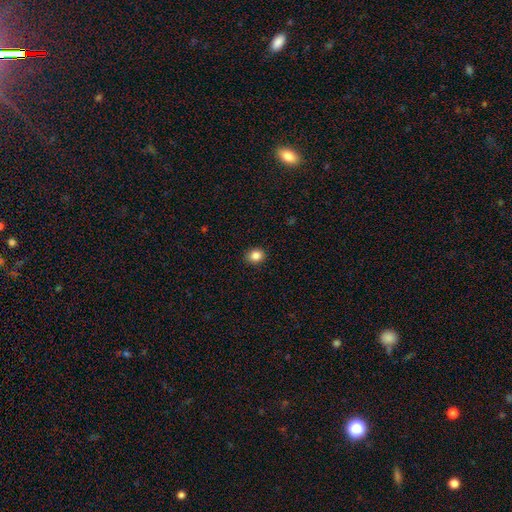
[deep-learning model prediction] smooth-or-featured: smooth: 86% | star or artifact: 10% | featured or disk: 4%
  how-rounded: round: 64% | in between: 35% | cigar-shaped: 1%
  merging: none: 90% | minor disturbance: 7% | major disturbance: 2% | merger: 1%